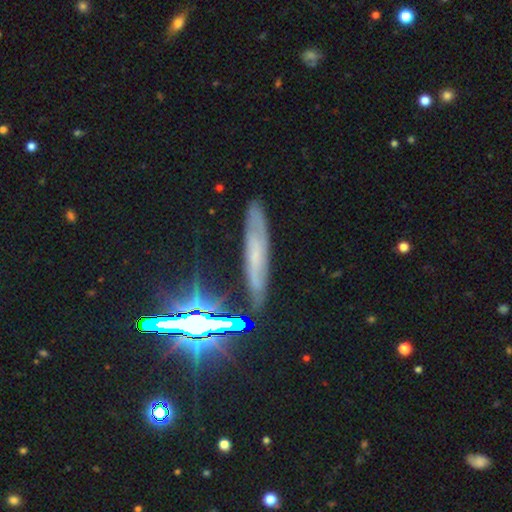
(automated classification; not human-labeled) Smooth or featured? featured or disk (49%)
Merging? none (76%)